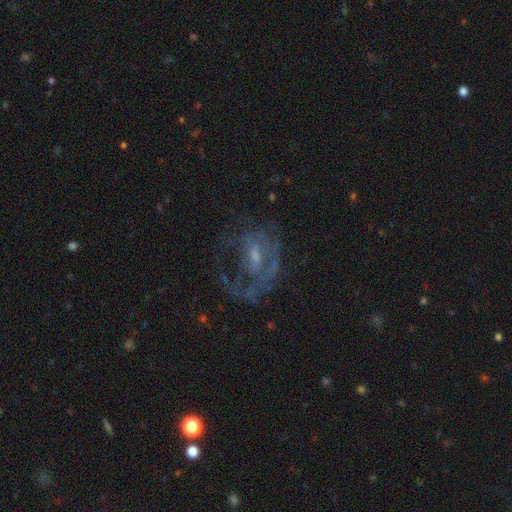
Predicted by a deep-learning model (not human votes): Morphology: type=featured or disk (71%); edge-on=no (96%); bar=weak (45%); spiral arms=yes (59%); bulge=small (43%); merging=none (42%).